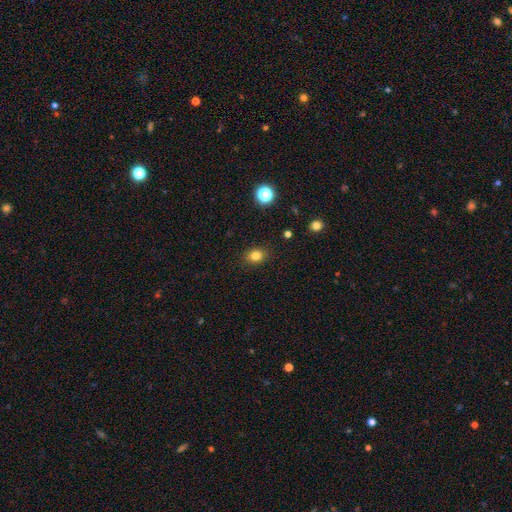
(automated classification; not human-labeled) A smooth galaxy with no disk features (81%) that is in between round and cigar-shaped (59%). Merging: none (87%).